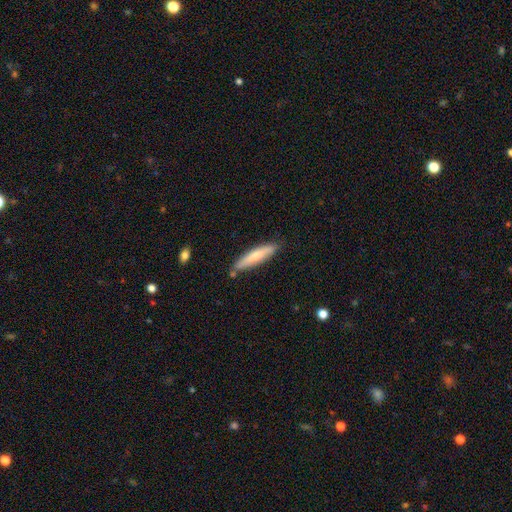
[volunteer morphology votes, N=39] smooth_or_featured: smooth (p=0.69) [alt: featured or disk p=0.26]
how_rounded: cigar-shaped (p=0.96) [alt: in between p=0.04]
merging: none (p=0.89) [alt: minor disturbance p=0.08]